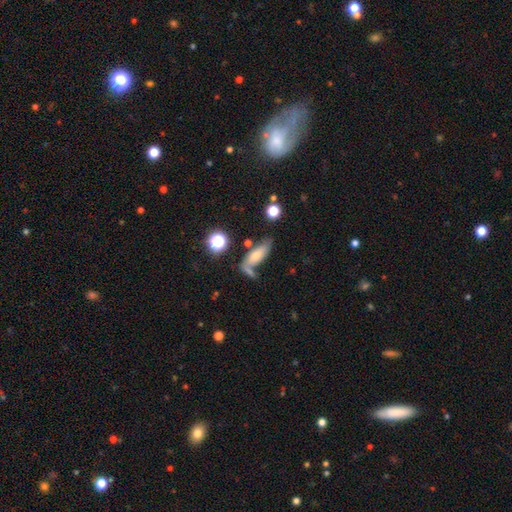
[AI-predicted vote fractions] Smooth or featured?
  - smooth: 56% *
  - featured or disk: 33%
  - star or artifact: 11%
How rounded?
  - in between: 67% *
  - cigar-shaped: 28%
  - round: 5%
Merging?
  - none: 48% *
  - minor disturbance: 20%
  - merger: 19%
  - major disturbance: 12%